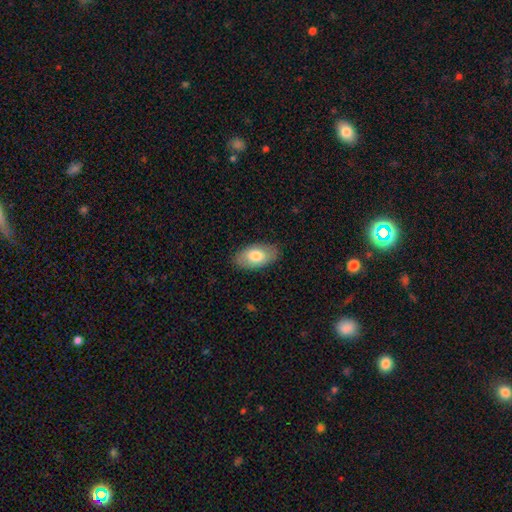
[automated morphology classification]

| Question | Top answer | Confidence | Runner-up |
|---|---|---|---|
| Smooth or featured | smooth | 78% | featured or disk (16%) |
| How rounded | in between | 95% | round (4%) |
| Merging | none | 84% | minor disturbance (12%) |